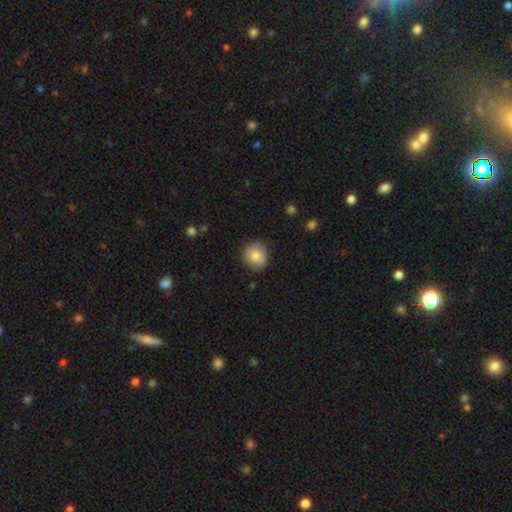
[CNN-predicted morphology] smooth 80%, featured or disk 12%, star or artifact 8%. Down the decision tree: how rounded — round (86%); merging — none (81%).